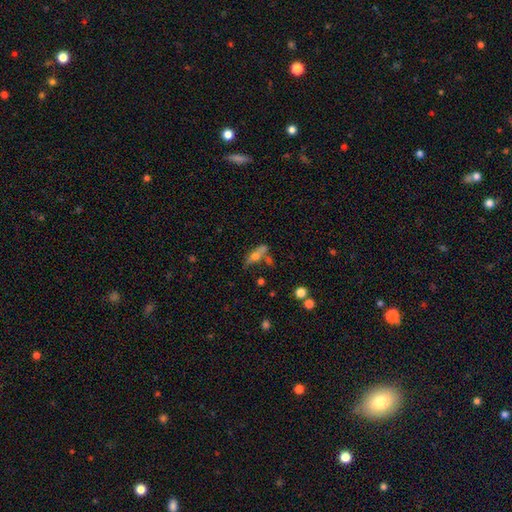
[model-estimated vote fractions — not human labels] Morphology: type=smooth (46%); merging=none (51%).